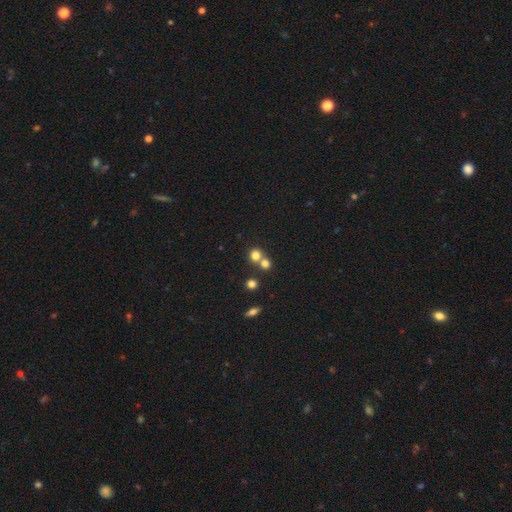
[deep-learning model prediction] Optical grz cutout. It shows a smooth galaxy with no disk features (77%) that is round (86%). Merging: none (48%).